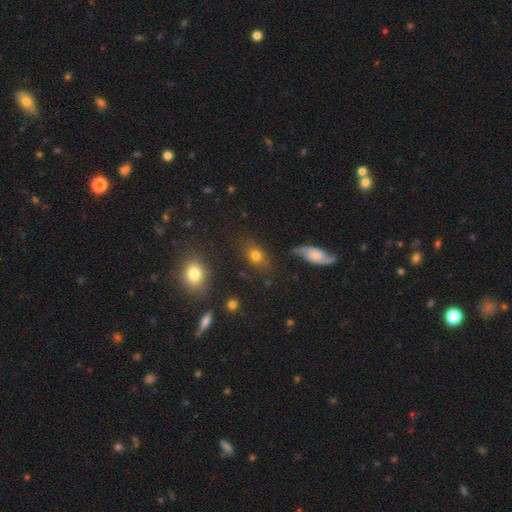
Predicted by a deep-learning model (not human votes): smooth 76%, star or artifact 13%, featured or disk 11%. Down the decision tree: how rounded — in between (63%); merging — none (75%).